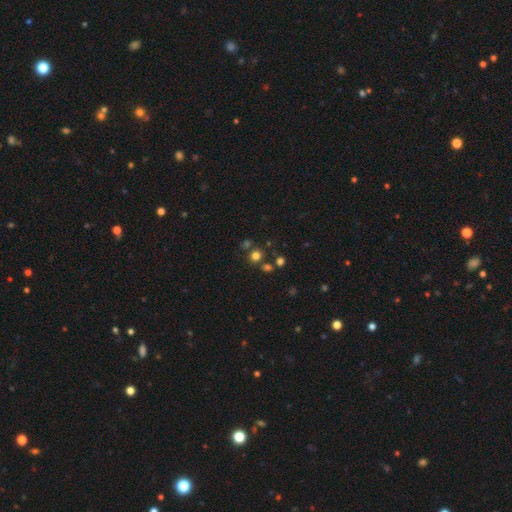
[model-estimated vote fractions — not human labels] A smooth galaxy with no disk features (72%) that is round (90%). Merging: none (74%).